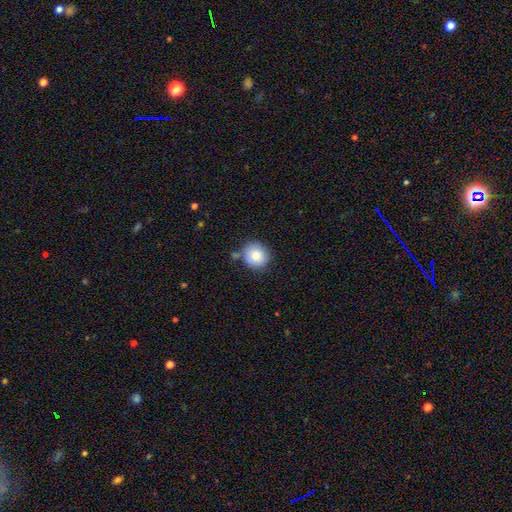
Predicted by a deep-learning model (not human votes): Smooth or featured: smooth — 81% (featured or disk — 10%)
How rounded: round — 90% (in between — 9%)
Merging: none — 77% (minor disturbance — 13%)